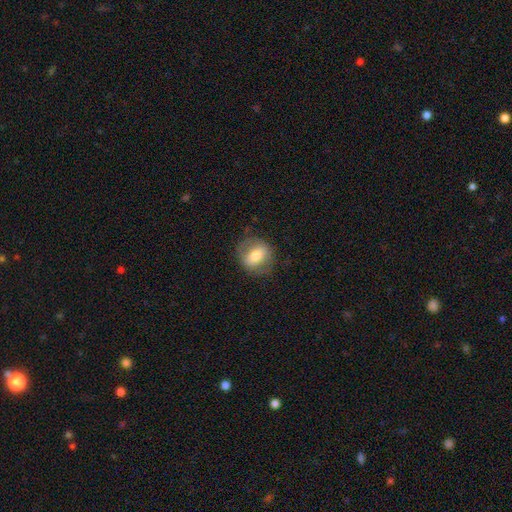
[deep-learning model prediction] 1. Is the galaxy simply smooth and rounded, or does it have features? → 59% smooth, 34% featured or disk, 8% star or artifact.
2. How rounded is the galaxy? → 56% round, 42% in between, 2% cigar-shaped.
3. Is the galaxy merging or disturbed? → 75% none, 16% minor disturbance, 8% major disturbance, 1% merger.